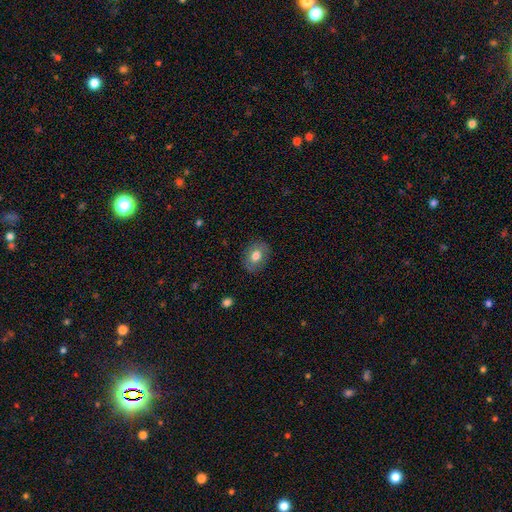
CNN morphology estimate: A smooth galaxy with no disk features (71%) that is in between round and cigar-shaped (63%).

Vote fractions:
- Smooth or featured? smooth: 71% / featured or disk: 21% / star or artifact: 8%
- How rounded? in between: 63% / round: 36% / cigar-shaped: 1%
- Merging? none: 82% / minor disturbance: 13% / major disturbance: 4% / merger: 1%